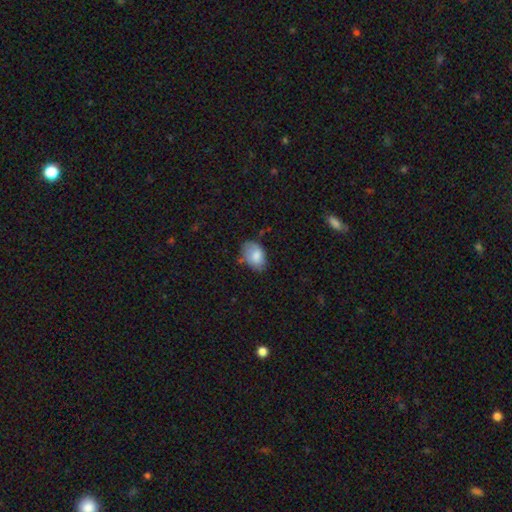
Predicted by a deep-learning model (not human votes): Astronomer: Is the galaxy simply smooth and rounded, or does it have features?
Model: smooth — 79%.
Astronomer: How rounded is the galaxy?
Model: in between — 86%.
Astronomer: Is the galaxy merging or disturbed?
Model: none — 57% (runner-up: minor disturbance, 33%).